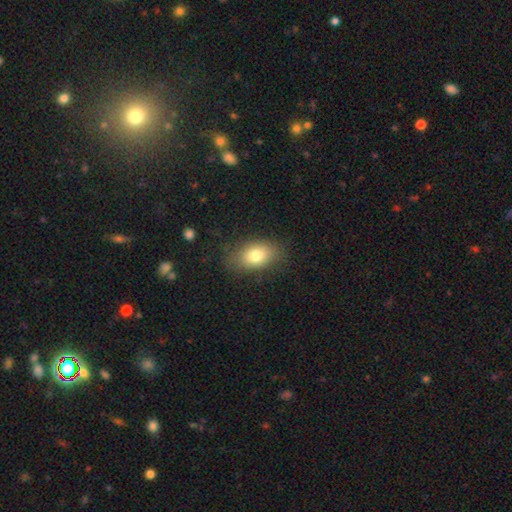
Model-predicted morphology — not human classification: Smooth or featured? Predicted: smooth (p=0.79). How rounded? Predicted: in between (p=0.85). Merging? Predicted: none (p=0.79).